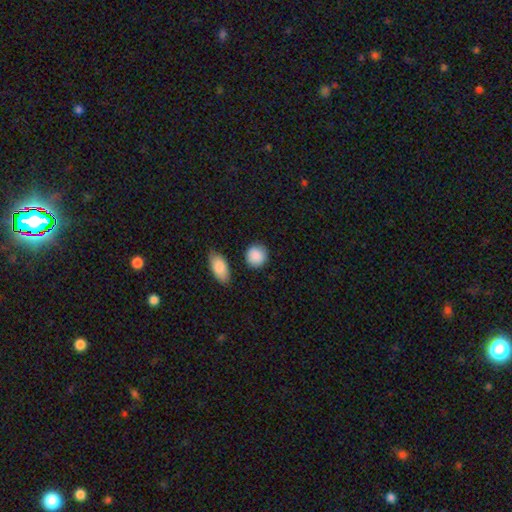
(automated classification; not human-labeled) smooth-or-featured: smooth: 89% | star or artifact: 6% | featured or disk: 4%
  how-rounded: round: 82% | in between: 16% | cigar-shaped: 1%
  merging: none: 81% | minor disturbance: 12% | merger: 4% | major disturbance: 3%